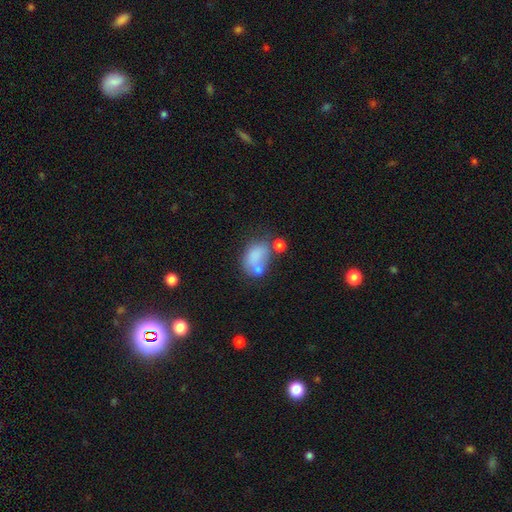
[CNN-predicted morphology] smooth-or-featured: smooth: 70% | featured or disk: 19% | star or artifact: 10%
  how-rounded: in between: 81% | round: 18% | cigar-shaped: 1%
  merging: merger: 32% (tied) | none: 32% (tied) | minor disturbance: 20% | major disturbance: 16%